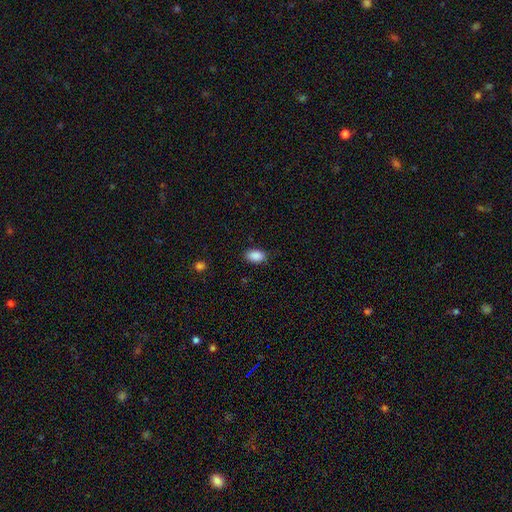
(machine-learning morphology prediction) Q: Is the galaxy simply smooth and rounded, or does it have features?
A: smooth — 89%.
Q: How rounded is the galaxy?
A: in between — 89%.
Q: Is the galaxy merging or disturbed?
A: none — 85%.